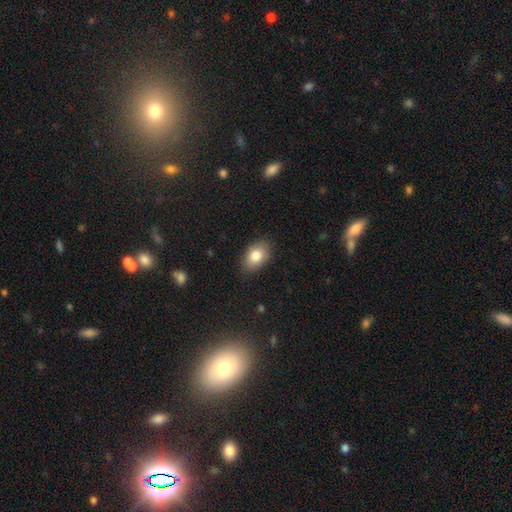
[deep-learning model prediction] smooth 82%, featured or disk 10%, star or artifact 8%. Down the decision tree: how rounded — in between (86%); merging — none (83%).